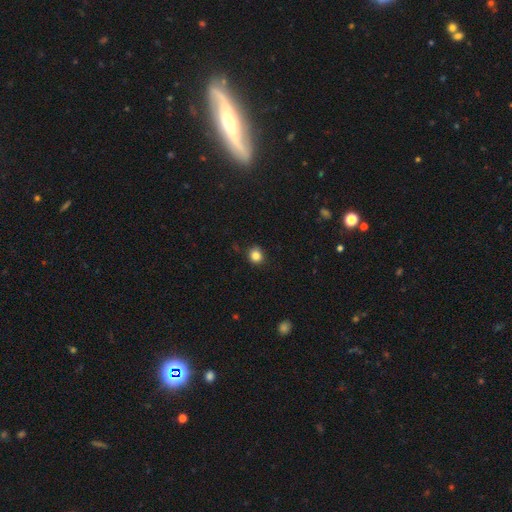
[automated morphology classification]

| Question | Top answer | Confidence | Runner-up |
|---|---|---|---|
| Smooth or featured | smooth | 84% | star or artifact (12%) |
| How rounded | round | 84% | in between (15%) |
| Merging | none | 86% | minor disturbance (10%) |